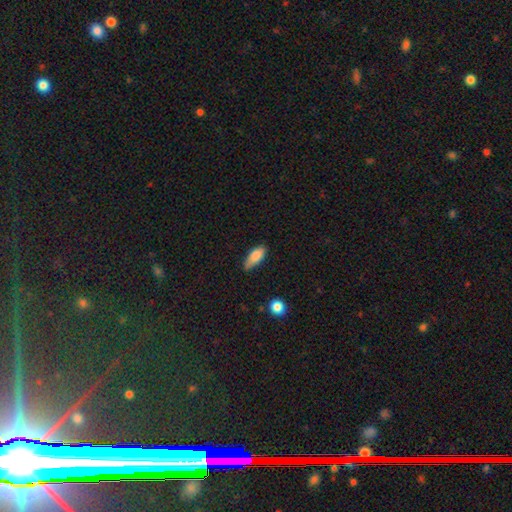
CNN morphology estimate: This is clearly a smooth galaxy (83%). How rounded: likely in between (79%). Merging: possibly none (59%).